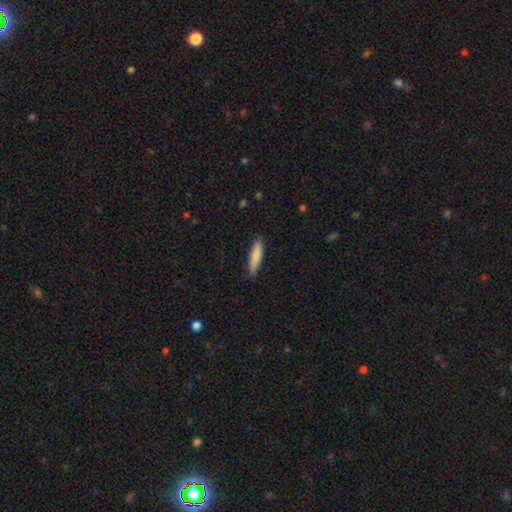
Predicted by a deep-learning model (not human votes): Overall: smooth (84%). How rounded: cigar-shaped (81%). Merging: none (86%).